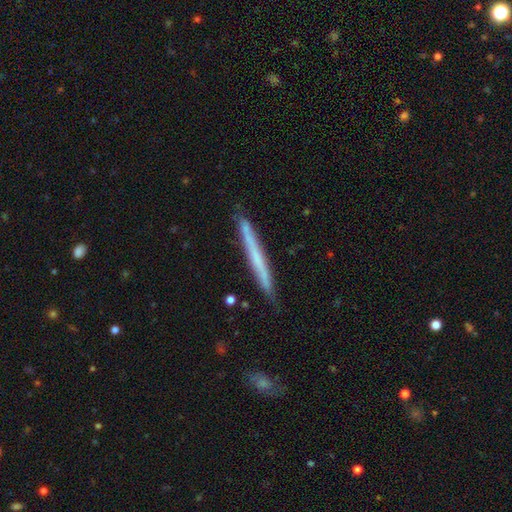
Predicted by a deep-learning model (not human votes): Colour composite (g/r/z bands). It shows a smooth galaxy with no disk features (50%) that is cigar-shaped (97%). Merging: none (87%).